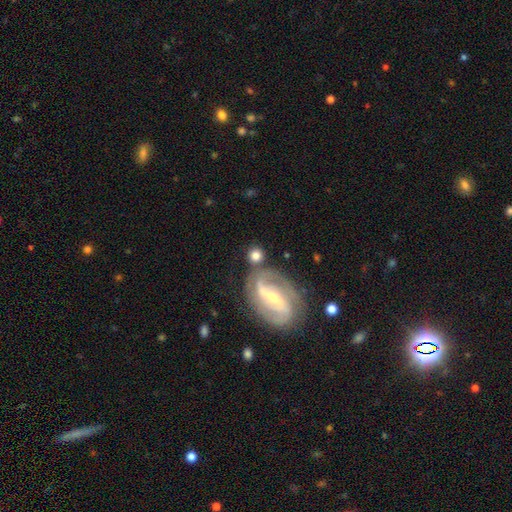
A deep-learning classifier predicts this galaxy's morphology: smooth-or-featured: smooth: 62% | featured or disk: 30% | star or artifact: 7%
  how-rounded: round: 83% | in between: 15% | cigar-shaped: 2%
  merging: none: 68% | merger: 14% | minor disturbance: 12% | major disturbance: 5%